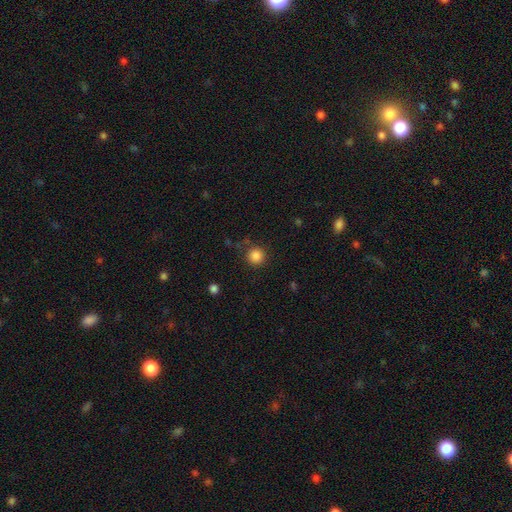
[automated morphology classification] type=smooth (85%); roundness=round (94%); merging=none (83%).